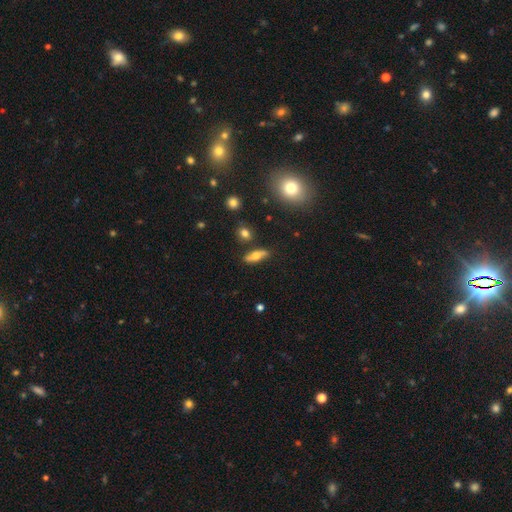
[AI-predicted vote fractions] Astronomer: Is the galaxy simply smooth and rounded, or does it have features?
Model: smooth — 55% (runner-up: featured or disk, 36%).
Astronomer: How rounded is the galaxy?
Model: in between — 51% (runner-up: cigar-shaped, 44%).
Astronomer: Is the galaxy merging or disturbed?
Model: none — 78%.